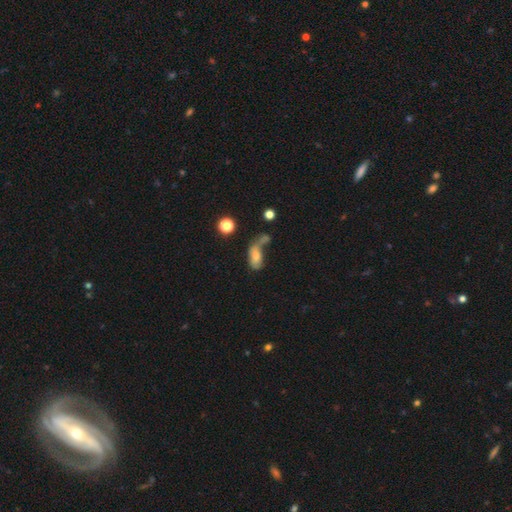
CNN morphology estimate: type=smooth (64%); roundness=in between (81%); merging=merger (32%).